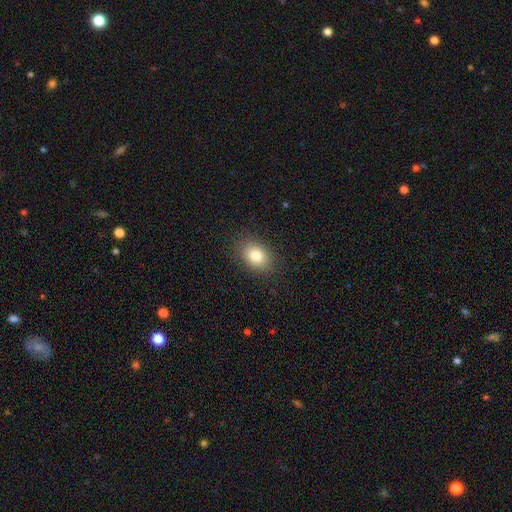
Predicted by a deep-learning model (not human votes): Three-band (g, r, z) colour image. It shows a smooth galaxy with no disk features (81%) that is in between round and cigar-shaped (69%). Merging: none (87%).